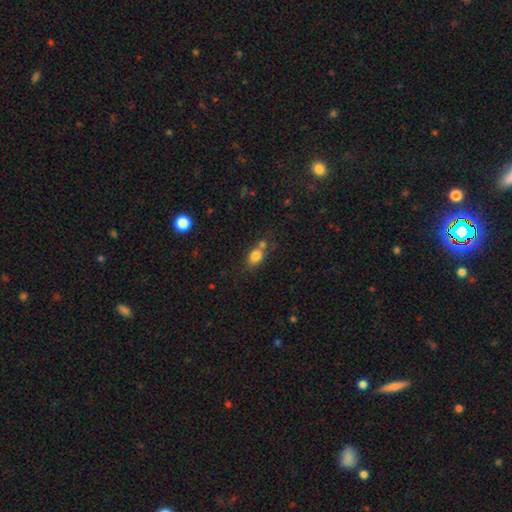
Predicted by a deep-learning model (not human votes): Smooth or featured? smooth (80%)
How rounded? in between (65%)
Merging? none (49%)